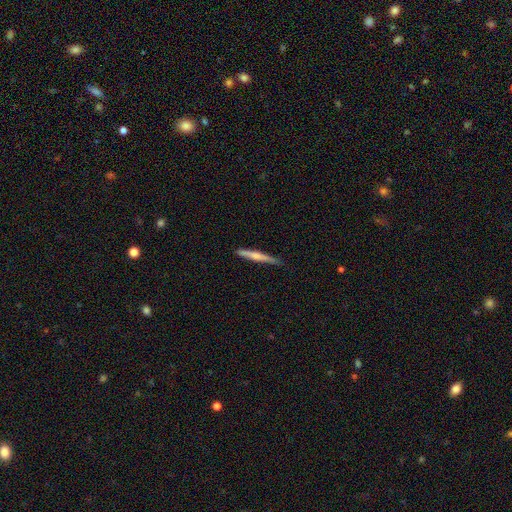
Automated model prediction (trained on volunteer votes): Overall: featured or disk (48%; smooth 46%). Merging: none (85%).